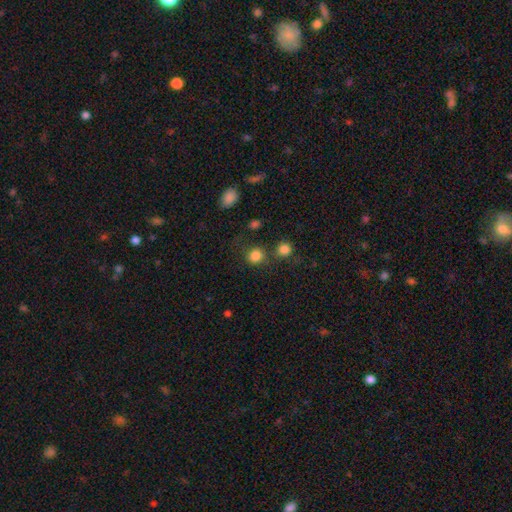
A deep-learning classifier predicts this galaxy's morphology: smooth 83%, star or artifact 12%, featured or disk 5%. Down the decision tree: how rounded — round (84%); merging — none (68%).